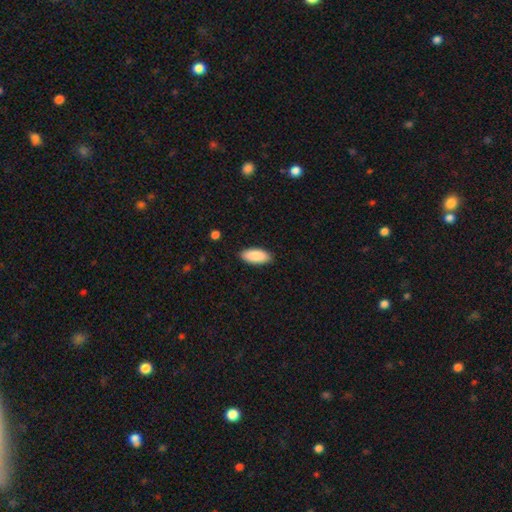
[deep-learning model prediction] smooth_or_featured: smooth (p=0.90) [alt: star or artifact p=0.06]
how_rounded: in between (p=0.88) [alt: cigar-shaped p=0.10]
merging: none (p=0.89) [alt: minor disturbance p=0.08]